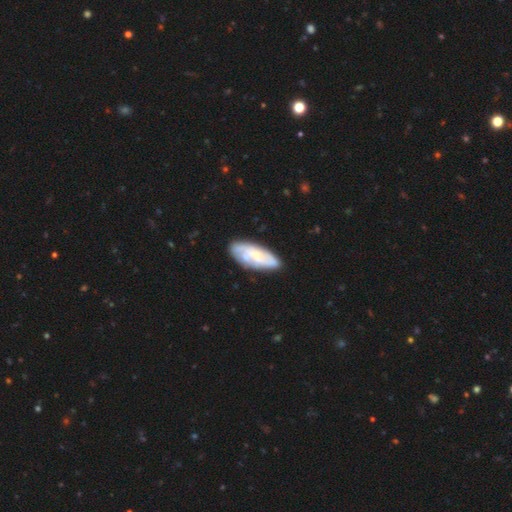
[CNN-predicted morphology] A featured or disk galaxy (61%) with no bar (68%), spiral arms (81%) and a small central bulge (61%). Merging: none (75%).